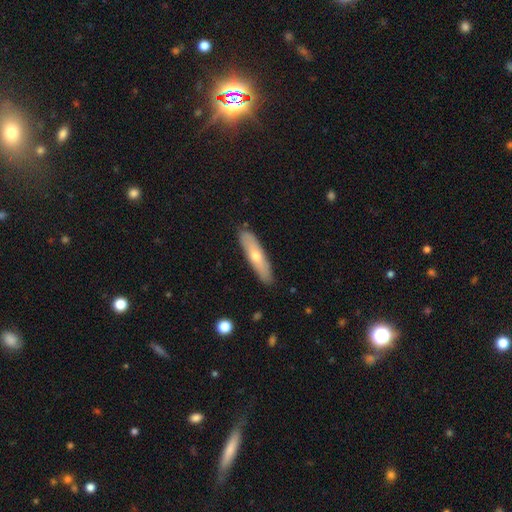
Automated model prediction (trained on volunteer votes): A smooth galaxy with no disk features (56%) that is cigar-shaped (77%). Merging: none (87%).